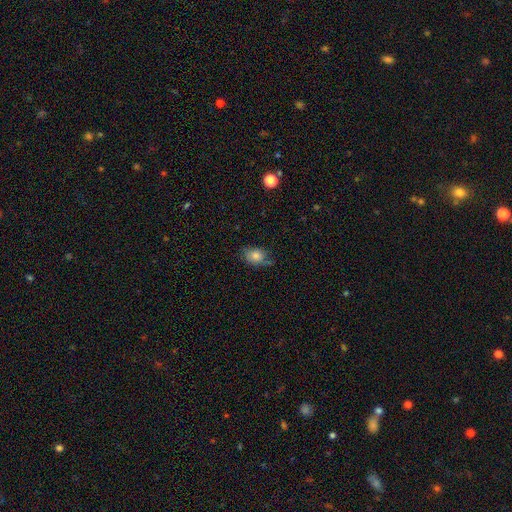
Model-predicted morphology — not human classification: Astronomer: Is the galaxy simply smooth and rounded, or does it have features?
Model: smooth — 82%.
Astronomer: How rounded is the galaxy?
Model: in between — 62%.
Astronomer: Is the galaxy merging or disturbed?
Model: none — 65%.